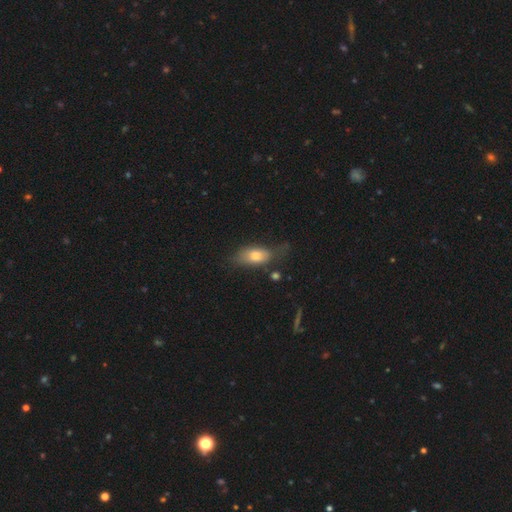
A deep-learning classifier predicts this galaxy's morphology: smooth-or-featured: smooth: 73% | featured or disk: 19% | star or artifact: 8%
  how-rounded: in between: 83% | cigar-shaped: 11% | round: 5%
  merging: none: 52% | minor disturbance: 31% | major disturbance: 13% | merger: 4%